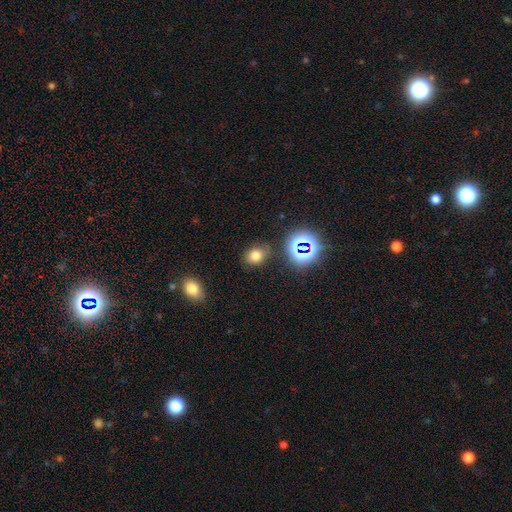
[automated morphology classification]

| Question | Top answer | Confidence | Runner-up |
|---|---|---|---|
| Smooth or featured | smooth | 71% | star or artifact (20%) |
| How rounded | in between | 54% | round (45%) |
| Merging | none | 79% | minor disturbance (14%) |